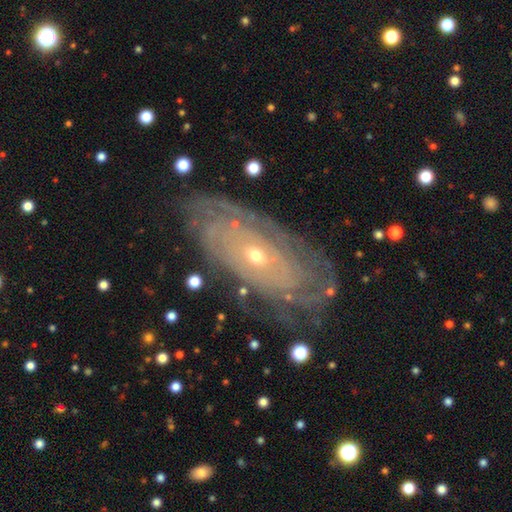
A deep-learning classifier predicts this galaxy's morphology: This is clearly a featured or disk galaxy (82%). It is clearly not viewed edge-on (90%). Bar: clearly no (82%). Spiral arm pattern: clearly yes (88%). Spiral arm count: possibly can't tell (56%). Spiral winding: clearly tight (83%). Central bulge: likely small (68%). Merging: likely none (80%).